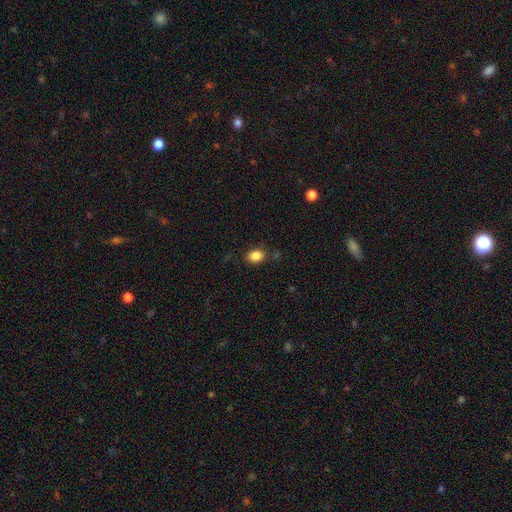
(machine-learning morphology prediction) Smooth or featured? Predicted: smooth (p=0.86). How rounded? Predicted: in between (p=0.69). Merging? Predicted: none (p=0.81).